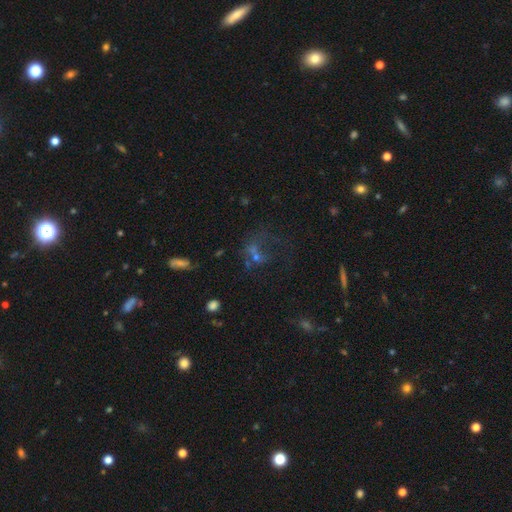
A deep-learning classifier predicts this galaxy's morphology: Q: Smooth or featured?
A: featured or disk (36%); runner-up: star or artifact (33%)
Q: Merging?
A: none (35%); runner-up: major disturbance (34%)